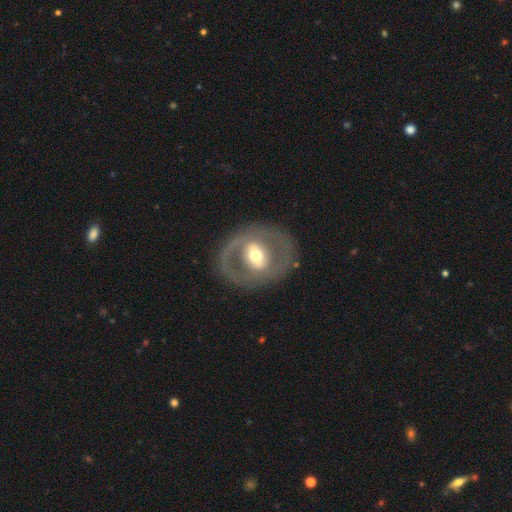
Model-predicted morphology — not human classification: Q: Smooth or featured?
A: featured or disk (67%); runner-up: smooth (28%)
Q: Edge-on disk?
A: no (92%); runner-up: yes (8%)
Q: Bar?
A: strong (35%); runner-up: no (33%)
Q: Spiral arms?
A: no (74%); runner-up: yes (26%)
Q: Bulge size?
A: moderate (65%); runner-up: large (18%)
Q: Merging?
A: none (79%); runner-up: minor disturbance (11%)